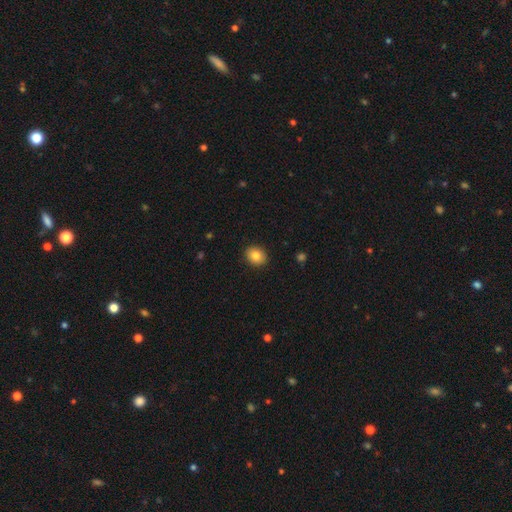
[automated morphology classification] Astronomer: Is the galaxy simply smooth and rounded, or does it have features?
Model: smooth — 83%.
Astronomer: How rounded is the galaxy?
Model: round — 57% (runner-up: in between, 42%).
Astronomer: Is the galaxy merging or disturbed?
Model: none — 90%.